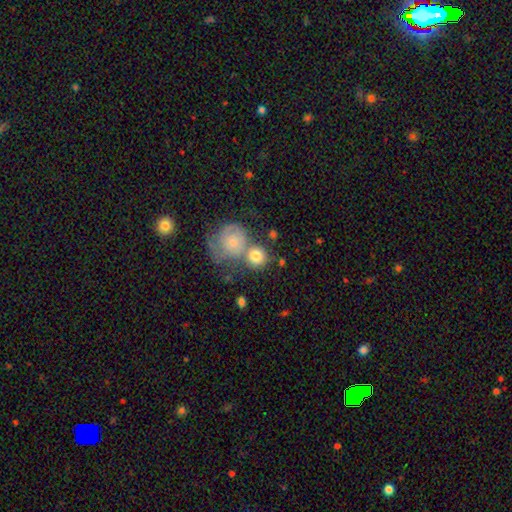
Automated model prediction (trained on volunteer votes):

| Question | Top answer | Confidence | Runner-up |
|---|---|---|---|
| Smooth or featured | smooth | 73% | featured or disk (19%) |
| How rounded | round | 87% | in between (12%) |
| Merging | none | 47% | merger (35%) |